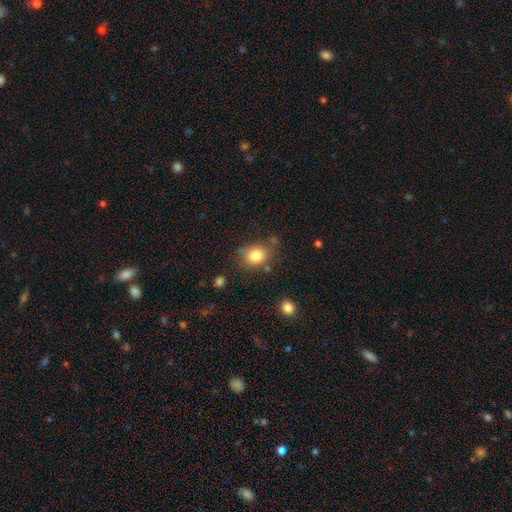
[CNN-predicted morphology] Smooth or featured?
  - smooth: 82% *
  - star or artifact: 10%
  - featured or disk: 8%
How rounded?
  - round: 53% *
  - in between: 46%
  - cigar-shaped: 1%
Merging?
  - none: 66% *
  - minor disturbance: 20%
  - merger: 7%
  - major disturbance: 6%